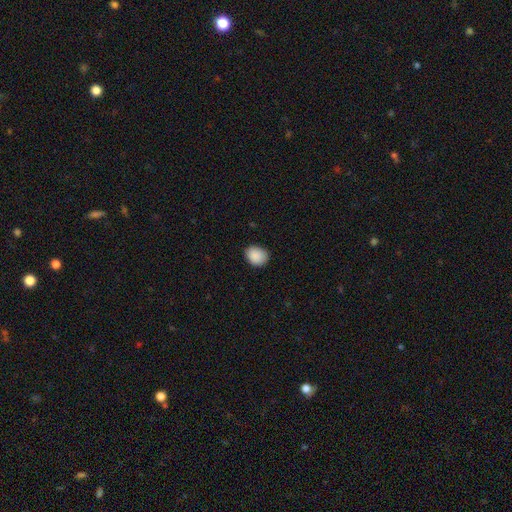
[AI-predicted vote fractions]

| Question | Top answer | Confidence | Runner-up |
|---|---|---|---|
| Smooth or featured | smooth | 90% | star or artifact (8%) |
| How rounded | in between | 50% | round (49%) |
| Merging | none | 83% | minor disturbance (13%) |